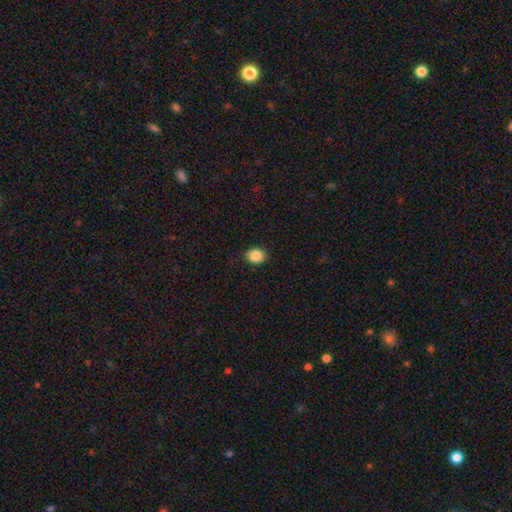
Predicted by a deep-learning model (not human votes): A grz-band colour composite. It shows a smooth galaxy with no disk features (86%) that is round (59%). Merging: none (89%).